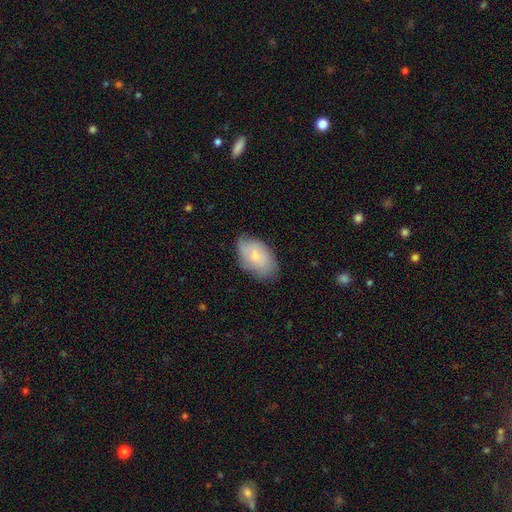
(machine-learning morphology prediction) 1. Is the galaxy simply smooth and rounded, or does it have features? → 67% smooth, 26% featured or disk, 7% star or artifact.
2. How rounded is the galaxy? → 93% in between, 6% round, 2% cigar-shaped.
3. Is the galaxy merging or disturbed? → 68% none, 25% minor disturbance, 5% major disturbance, 1% merger.